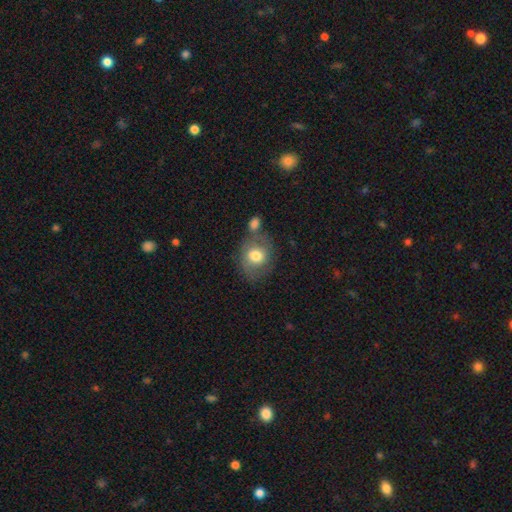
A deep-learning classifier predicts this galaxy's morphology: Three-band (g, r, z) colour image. It shows a smooth galaxy with no disk features (69%) that is round (66%). Merging: none (55%).